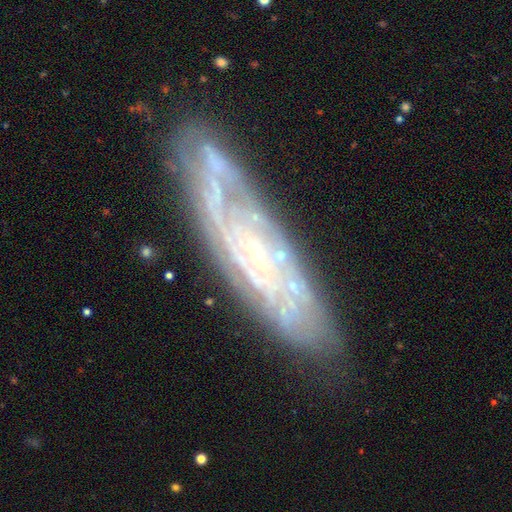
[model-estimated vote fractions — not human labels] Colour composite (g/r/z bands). It shows a featured or disk galaxy (81%) with no bar (67%), tight (68%) spiral arms (87%) and a small central bulge (79%). Merging: none (76%).